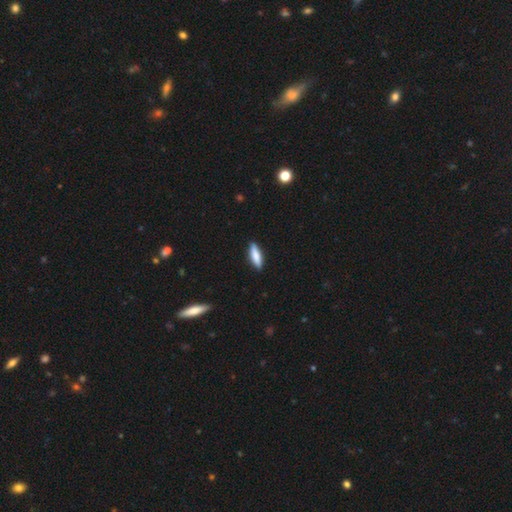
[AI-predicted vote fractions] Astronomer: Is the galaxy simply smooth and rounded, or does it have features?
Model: smooth — 80%.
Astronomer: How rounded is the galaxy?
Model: cigar-shaped — 61% (runner-up: in between, 37%).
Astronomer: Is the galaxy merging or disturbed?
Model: none — 90%.